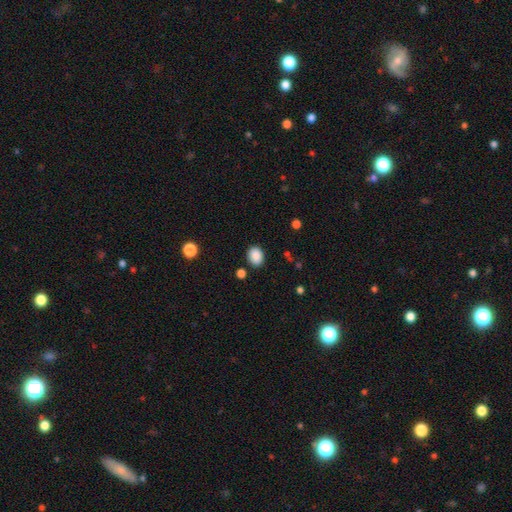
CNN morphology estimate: A smooth galaxy with no disk features (88%) that is in between round and cigar-shaped (54%).

Vote fractions:
- Smooth or featured? smooth: 88% / star or artifact: 9% / featured or disk: 4%
- How rounded? in between: 54% / round: 45% / cigar-shaped: 1%
- Merging? none: 85% / minor disturbance: 9% / major disturbance: 3% / merger: 3%